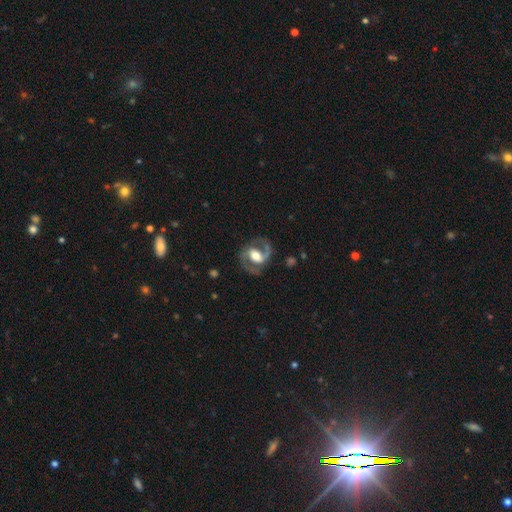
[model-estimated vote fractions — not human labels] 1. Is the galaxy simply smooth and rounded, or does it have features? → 85% featured or disk, 10% smooth, 5% star or artifact.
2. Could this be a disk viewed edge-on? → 97% no, 3% yes.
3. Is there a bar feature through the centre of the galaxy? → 41% weak, 32% no, 28% strong.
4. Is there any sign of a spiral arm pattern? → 92% yes, 8% no.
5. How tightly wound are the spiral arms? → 59% medium, 21% tight, 19% loose.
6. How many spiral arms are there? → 91% 2, 3% 1, 3% can't tell, 1% 3, 1% 4, 1% more than 4.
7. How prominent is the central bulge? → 56% moderate, 32% large, 9% small, 2% dominant, 2% none.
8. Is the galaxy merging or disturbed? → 77% none, 14% minor disturbance, 8% major disturbance, 1% merger.